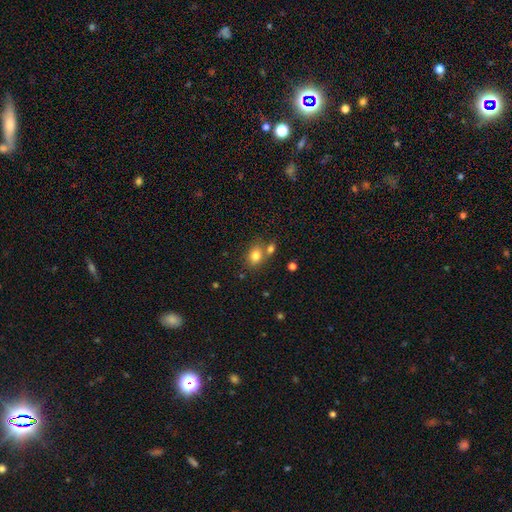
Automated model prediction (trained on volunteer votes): Q: Smooth or featured?
A: smooth (80%); runner-up: star or artifact (11%)
Q: How rounded?
A: in between (60%); runner-up: round (39%)
Q: Merging?
A: none (60%); runner-up: merger (25%)